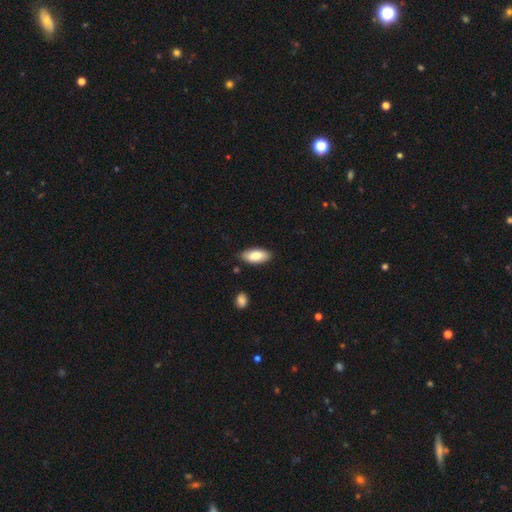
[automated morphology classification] Overall: smooth (83%). How rounded: in between (88%). Merging: none (84%).